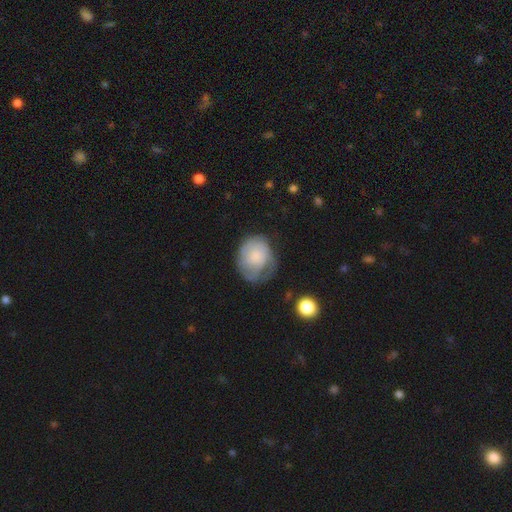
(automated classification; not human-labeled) Q: Smooth or featured?
A: smooth (53%); runner-up: featured or disk (39%)
Q: How rounded?
A: round (59%); runner-up: in between (40%)
Q: Merging?
A: none (38%); runner-up: minor disturbance (33%)